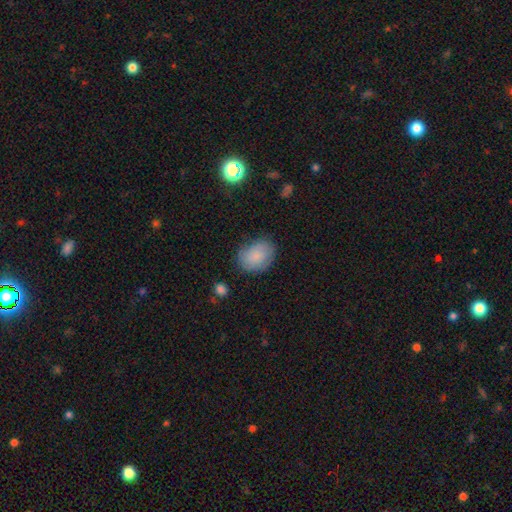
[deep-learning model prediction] Smooth or featured?
  - smooth: 82% *
  - featured or disk: 10%
  - star or artifact: 8%
How rounded?
  - in between: 64% *
  - round: 35%
  - cigar-shaped: 1%
Merging?
  - none: 75% *
  - minor disturbance: 18%
  - major disturbance: 5%
  - merger: 2%